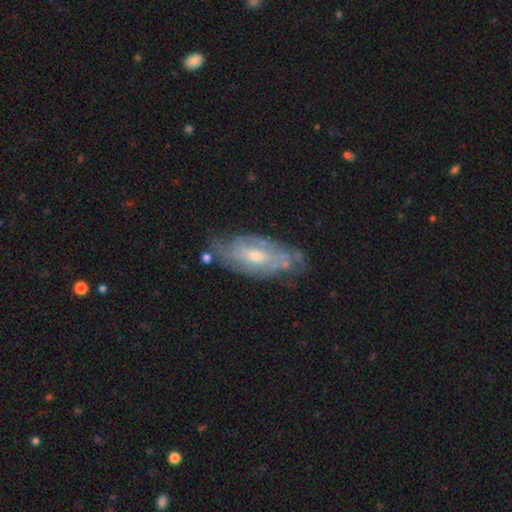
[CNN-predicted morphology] Smooth or featured? featured or disk (74%)
Edge-on disk? no (87%)
Bar? no (55%)
Spiral arms? yes (80%)
Spiral winding? tight (59%)
Spiral arm count? can't tell (58%)
Bulge size? moderate (57%)
Merging? none (66%)